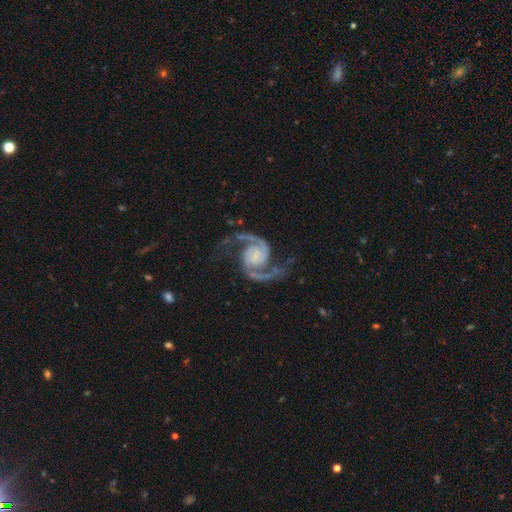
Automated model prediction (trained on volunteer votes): Q: Smooth or featured?
A: featured or disk (94%); runner-up: star or artifact (4%)
Q: Edge-on disk?
A: no (98%); runner-up: yes (2%)
Q: Bar?
A: no (61%); runner-up: weak (27%)
Q: Spiral arms?
A: yes (99%); runner-up: no (1%)
Q: Spiral winding?
A: medium (52%); runner-up: loose (37%)
Q: Spiral arm count?
A: 2 (95%); runner-up: can't tell (1%)
Q: Bulge size?
A: small (39%); tied with: none (39%)
Q: Merging?
A: none (74%); runner-up: minor disturbance (14%)